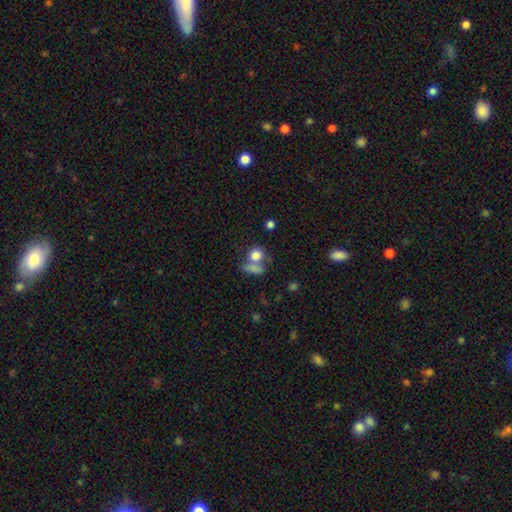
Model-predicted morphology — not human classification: This is likely a smooth galaxy (80%). How rounded: likely round (74%). Merging: marginally none (42%).